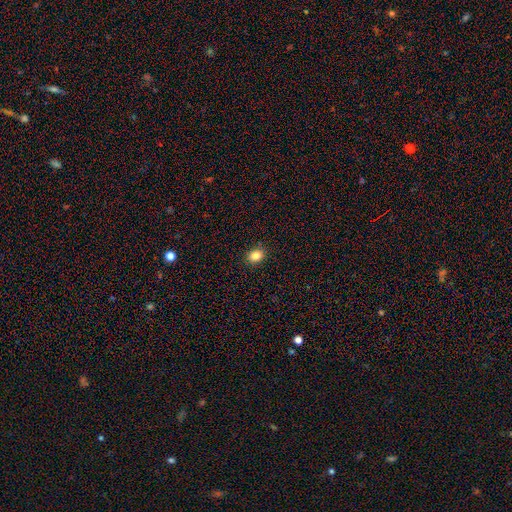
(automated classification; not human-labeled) Smooth or featured? Predicted: smooth (p=0.84). How rounded? Predicted: in between (p=0.53). Merging? Predicted: none (p=0.90).